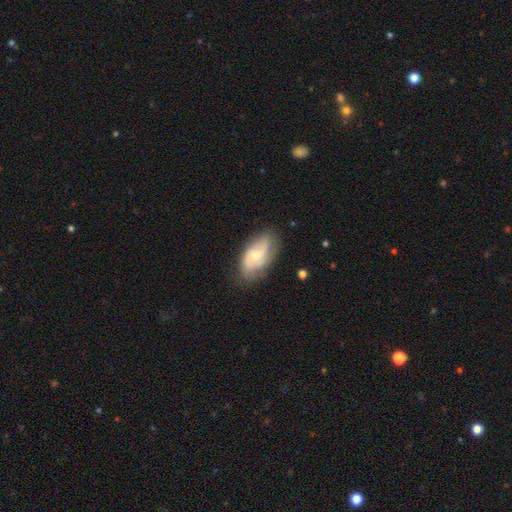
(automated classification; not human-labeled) This is likely a featured or disk galaxy (62%). It is clearly not viewed edge-on (94%). Bar: likely no (65%). Spiral arm pattern: clearly yes (84%). Central bulge: possibly small (51%). Merging: likely none (71%).